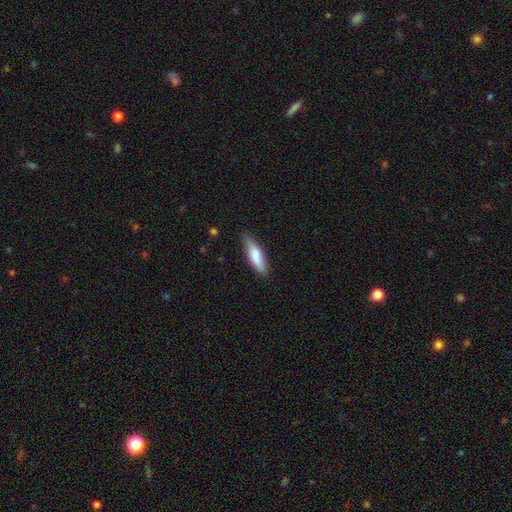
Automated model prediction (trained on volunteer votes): Overall: smooth (77%). How rounded: cigar-shaped (57%; in between 41%). Merging: none (81%).